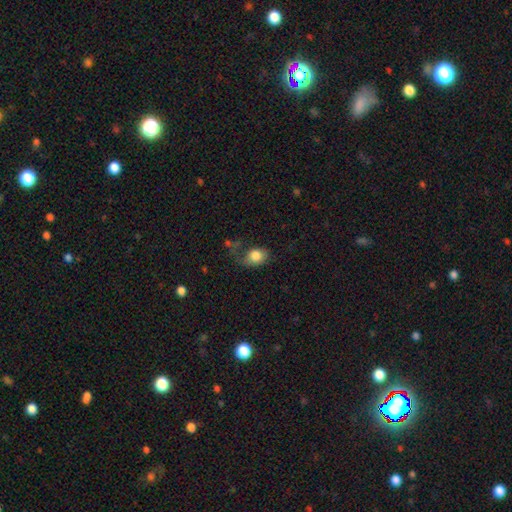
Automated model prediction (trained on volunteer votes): This is likely a smooth galaxy (79%). How rounded: likely in between (64%). Merging: marginally none (38%).